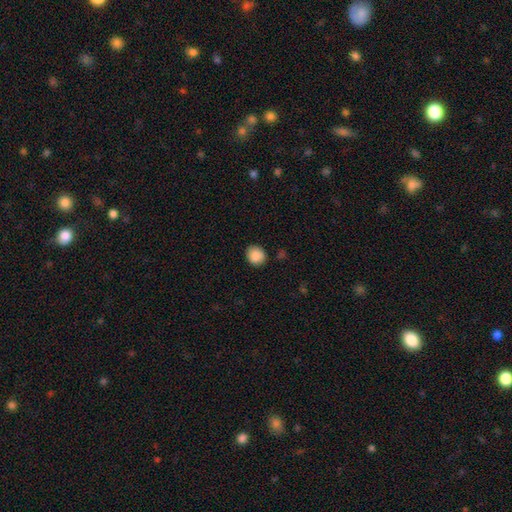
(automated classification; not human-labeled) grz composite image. It shows a smooth galaxy with no disk features (88%) that is round (78%). Merging: none (86%).